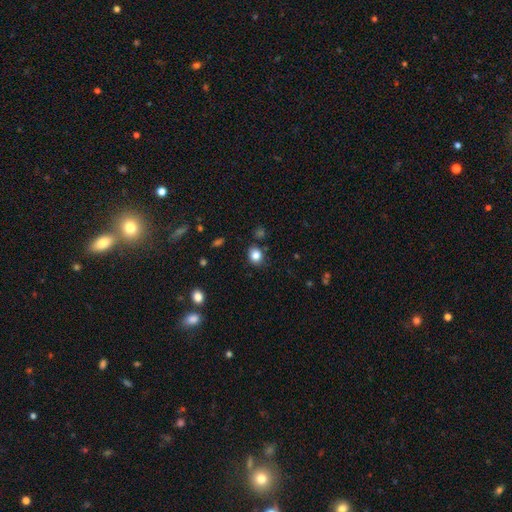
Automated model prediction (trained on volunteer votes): Morphology: type=smooth (84%); roundness=round (63%); merging=none (81%).